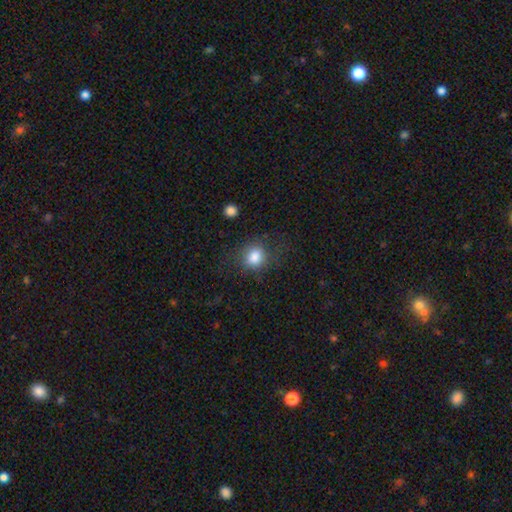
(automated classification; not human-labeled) smooth_or_featured: smooth (p=0.83) [alt: star or artifact p=0.10]
how_rounded: round (p=0.69) [alt: in between p=0.30]
merging: none (p=0.72) [alt: minor disturbance p=0.16]